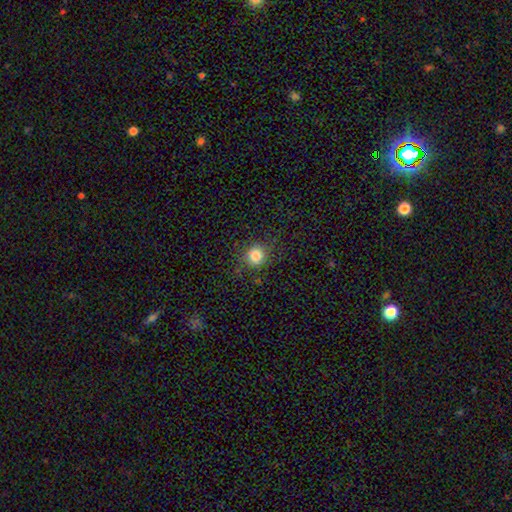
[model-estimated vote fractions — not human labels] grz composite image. It shows a smooth galaxy with no disk features (82%) that is round (87%). Merging: none (83%).